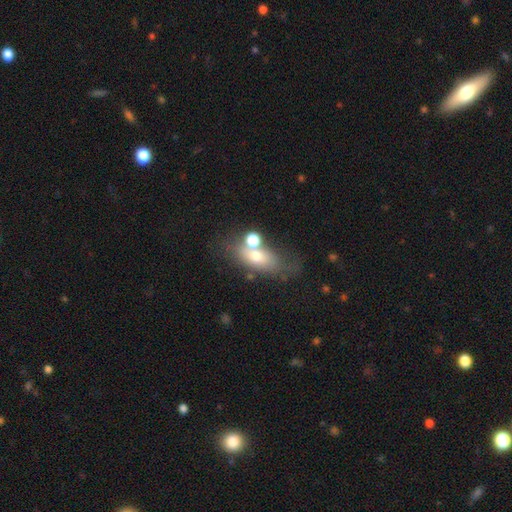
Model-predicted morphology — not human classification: smooth-or-featured: smooth: 61% | featured or disk: 27% | star or artifact: 12%
  how-rounded: in between: 70% | round: 19% | cigar-shaped: 11%
  merging: none: 42% | merger: 30% | minor disturbance: 16% | major disturbance: 12%